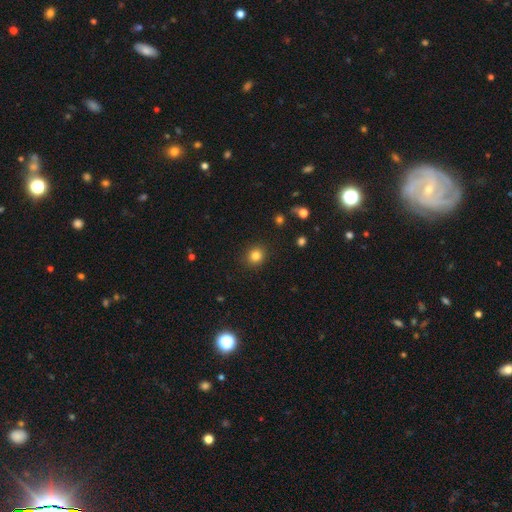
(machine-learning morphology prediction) Smooth or featured? Predicted: smooth (p=0.83). How rounded? Predicted: round (p=0.86). Merging? Predicted: none (p=0.90).